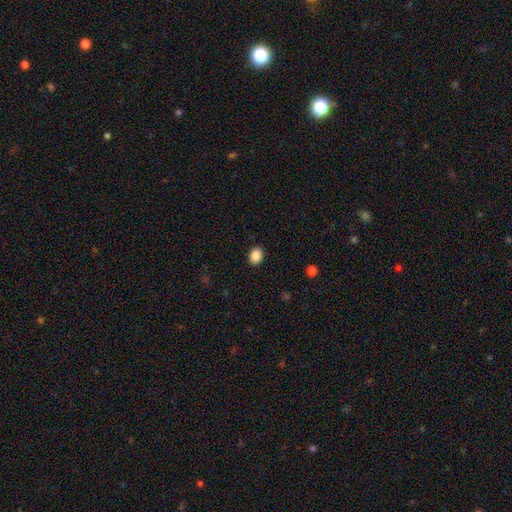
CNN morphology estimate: smooth-or-featured: smooth: 88% | star or artifact: 8% | featured or disk: 3%
  how-rounded: in between: 68% | round: 31% | cigar-shaped: 1%
  merging: none: 90% | minor disturbance: 7% | major disturbance: 2% | merger: 1%